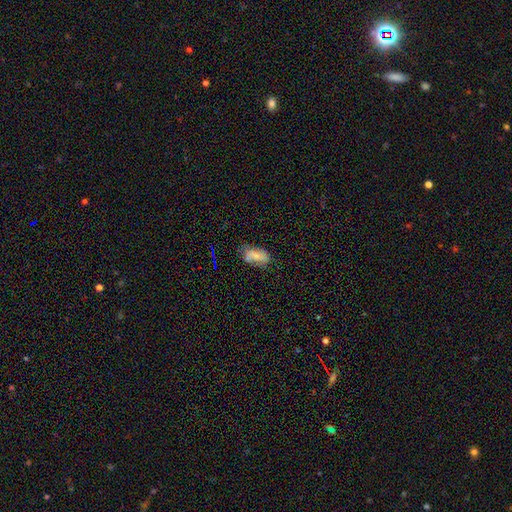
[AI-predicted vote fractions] This appears to be a smooth galaxy with no disk features (65%) that is in between round and cigar-shaped (91%). Merging: none (56%).